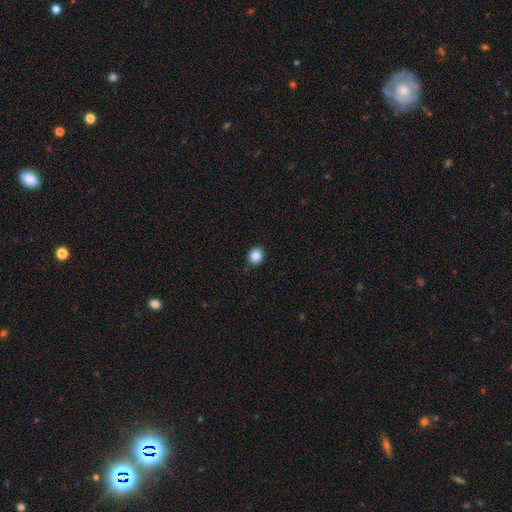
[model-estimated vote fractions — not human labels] Smooth or featured? smooth (86%)
How rounded? round (82%)
Merging? none (88%)